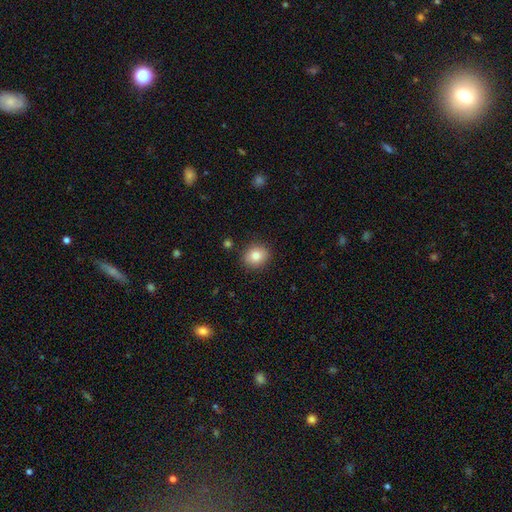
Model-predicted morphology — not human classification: This is clearly a smooth galaxy (84%). How rounded: likely round (69%). Merging: clearly none (88%).